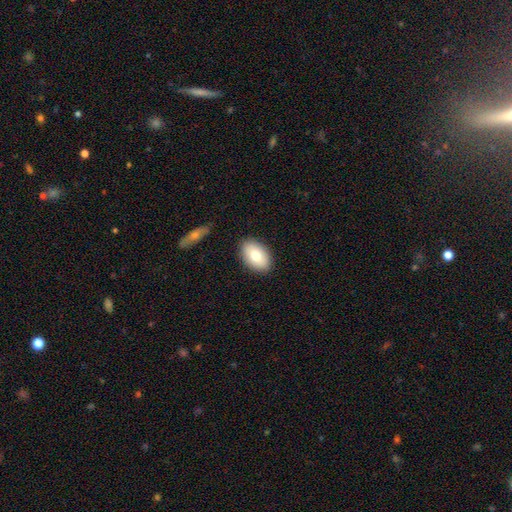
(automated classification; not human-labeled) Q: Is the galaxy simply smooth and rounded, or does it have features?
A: smooth — 78%.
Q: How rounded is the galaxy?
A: in between — 90%.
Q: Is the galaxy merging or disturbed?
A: none — 87%.